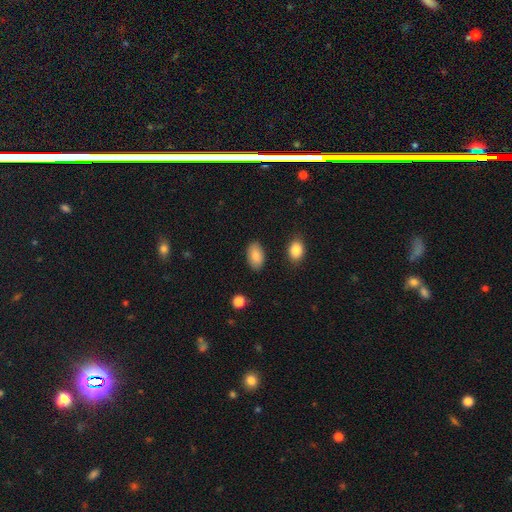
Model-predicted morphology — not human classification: This is clearly a smooth galaxy (87%). How rounded: clearly in between (94%). Merging: clearly none (87%).